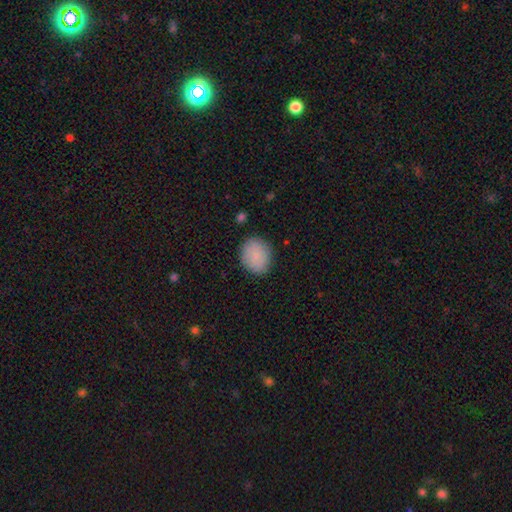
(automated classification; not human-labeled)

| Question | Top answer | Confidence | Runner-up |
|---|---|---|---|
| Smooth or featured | smooth | 87% | star or artifact (7%) |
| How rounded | round | 68% | in between (31%) |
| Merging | none | 86% | minor disturbance (10%) |